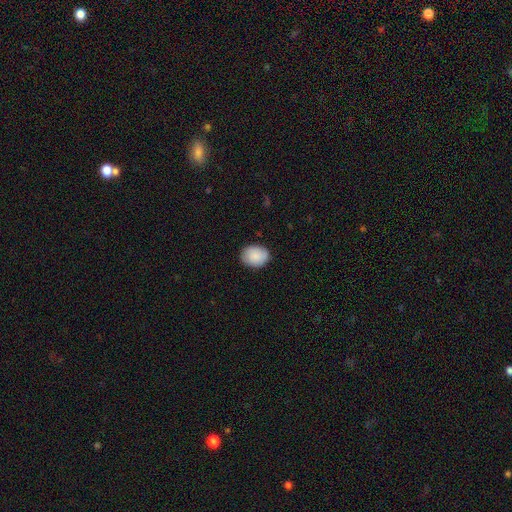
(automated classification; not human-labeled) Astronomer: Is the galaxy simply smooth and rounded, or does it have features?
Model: smooth — 88%.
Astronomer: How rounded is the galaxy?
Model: in between — 55% (runner-up: round, 44%).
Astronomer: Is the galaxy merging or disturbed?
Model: none — 85%.